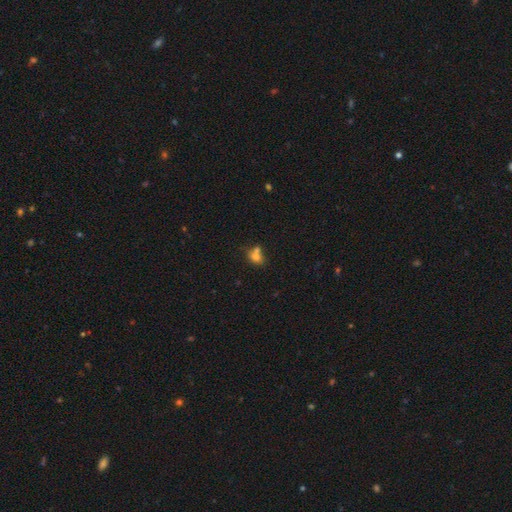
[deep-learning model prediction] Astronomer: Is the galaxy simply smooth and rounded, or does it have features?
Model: smooth — 72%.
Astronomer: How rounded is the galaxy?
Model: in between — 52% (runner-up: round, 46%).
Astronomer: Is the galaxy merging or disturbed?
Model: merger — 44% (runner-up: none, 37%).